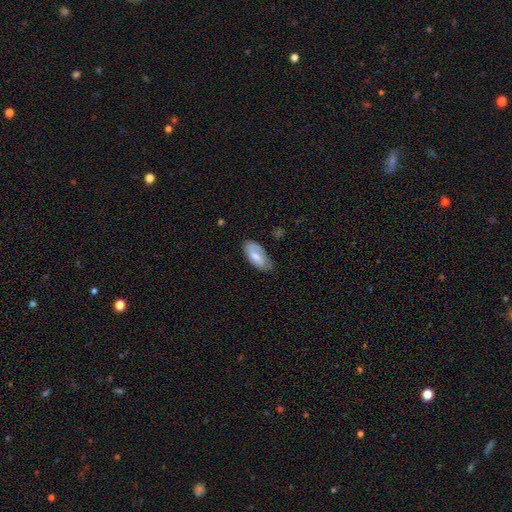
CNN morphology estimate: smooth 69%, featured or disk 25%, star or artifact 6%. Down the decision tree: how rounded — in between (88%); merging — none (64%).